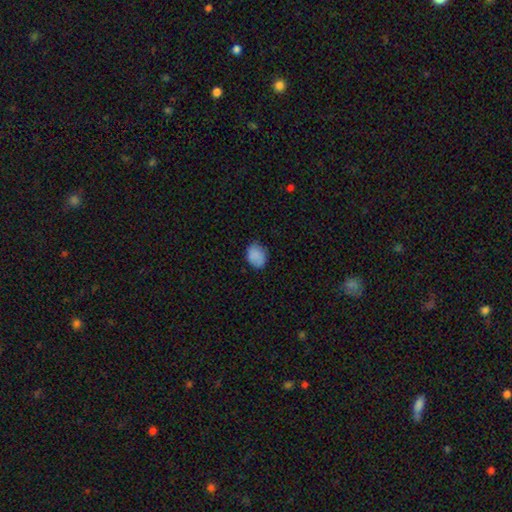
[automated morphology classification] smooth 86%, star or artifact 8%, featured or disk 6%. Down the decision tree: how rounded — in between (61%); merging — none (76%).